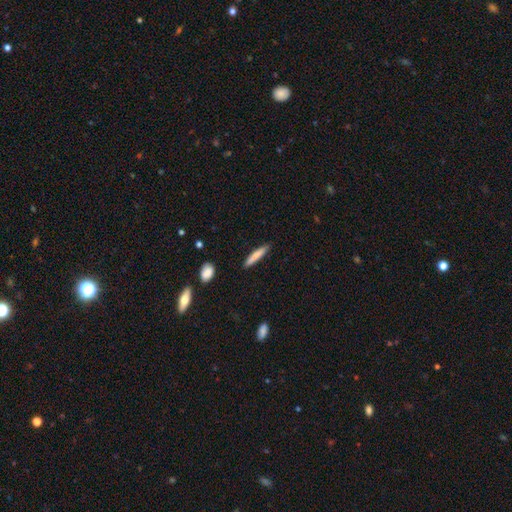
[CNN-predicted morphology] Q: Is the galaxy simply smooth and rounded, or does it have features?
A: smooth — 77%.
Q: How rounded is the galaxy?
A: cigar-shaped — 92%.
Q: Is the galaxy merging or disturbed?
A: none — 88%.